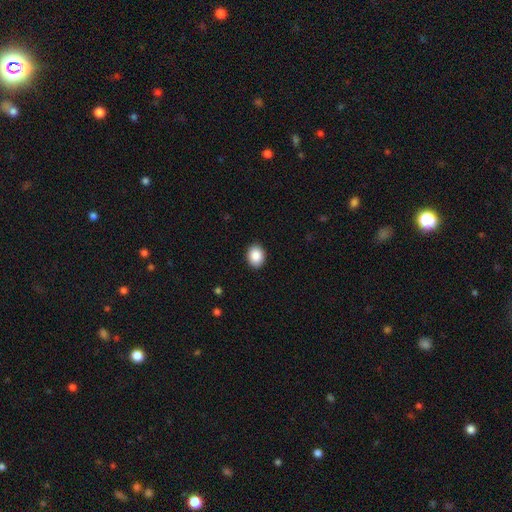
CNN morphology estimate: smooth 89%, star or artifact 8%, featured or disk 3%. Down the decision tree: how rounded — in between (56%); merging — none (90%).